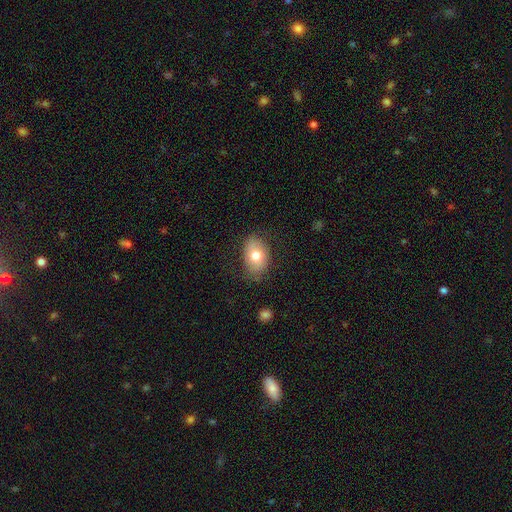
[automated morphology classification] smooth-or-featured: smooth: 74% | featured or disk: 18% | star or artifact: 7%
  how-rounded: in between: 82% | round: 17% | cigar-shaped: 1%
  merging: none: 76% | minor disturbance: 18% | major disturbance: 5% | merger: 1%